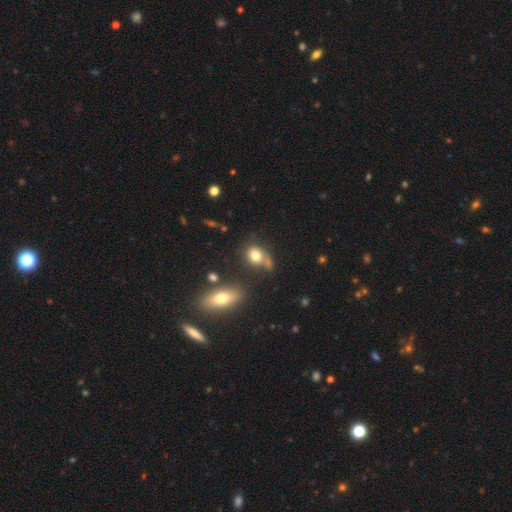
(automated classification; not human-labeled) Smooth or featured? smooth (77%)
How rounded? in between (51%)
Merging? none (45%)